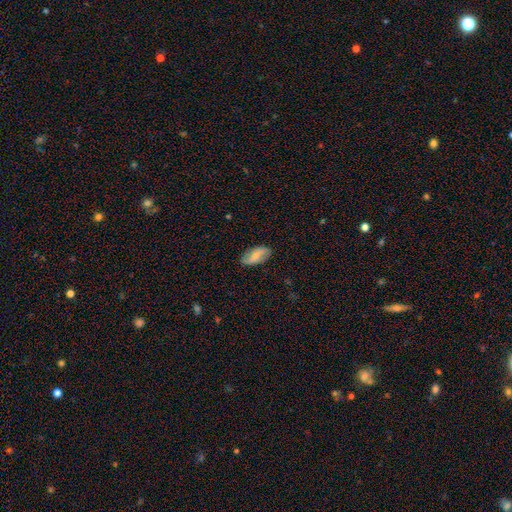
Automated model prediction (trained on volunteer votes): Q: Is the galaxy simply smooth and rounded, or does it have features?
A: smooth — 49%.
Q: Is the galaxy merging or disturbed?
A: none — 84%.